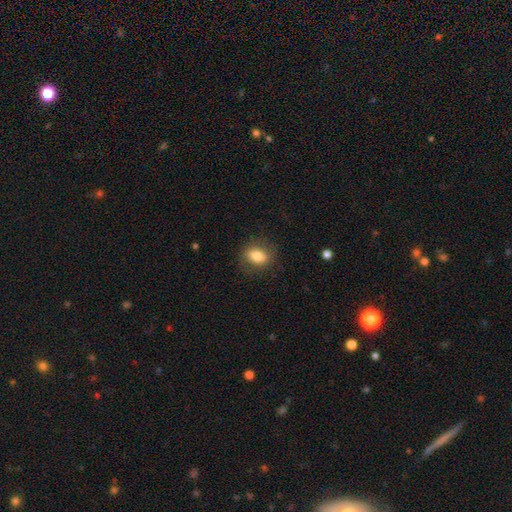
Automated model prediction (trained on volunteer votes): This is likely a smooth galaxy (80%). How rounded: likely in between (70%). Merging: clearly none (82%).